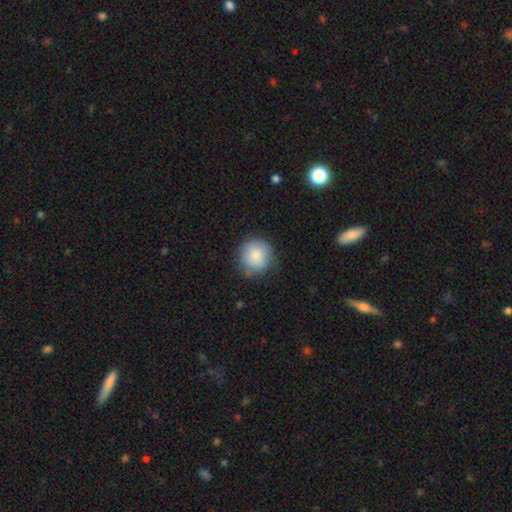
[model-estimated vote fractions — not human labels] Smooth or featured? smooth (85%)
How rounded? round (91%)
Merging? none (72%)